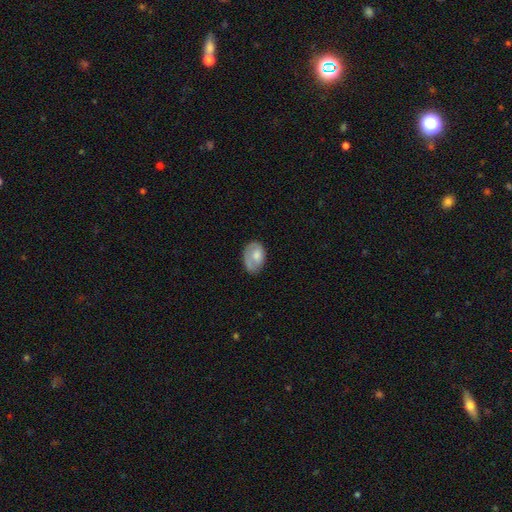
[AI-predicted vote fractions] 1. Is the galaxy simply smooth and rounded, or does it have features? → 65% smooth, 29% featured or disk, 6% star or artifact.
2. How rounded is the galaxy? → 83% in between, 15% round, 1% cigar-shaped.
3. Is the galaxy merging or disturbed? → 52% none, 31% minor disturbance, 14% major disturbance, 2% merger.